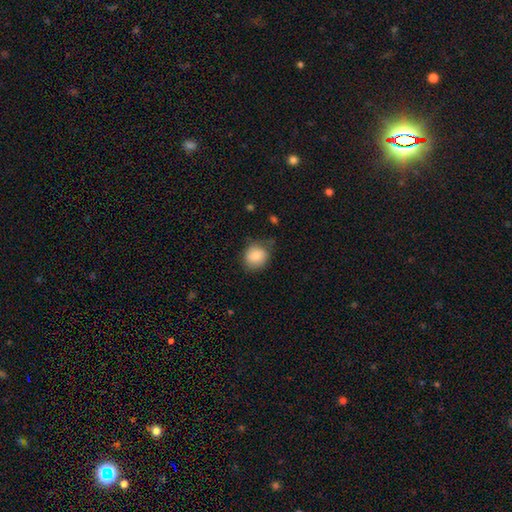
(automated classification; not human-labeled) Q: Smooth or featured?
A: smooth (82%); runner-up: featured or disk (9%)
Q: How rounded?
A: round (74%); runner-up: in between (25%)
Q: Merging?
A: none (65%); runner-up: minor disturbance (27%)